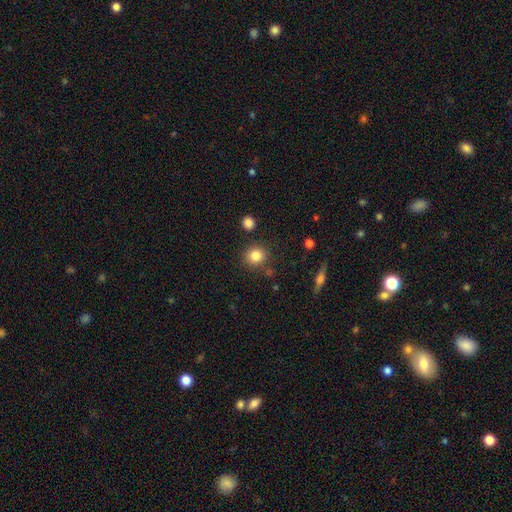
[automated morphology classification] Overall: smooth (83%). How rounded: round (86%). Merging: none (85%).